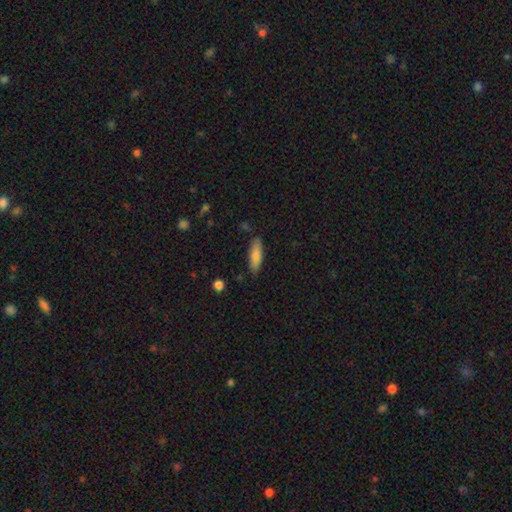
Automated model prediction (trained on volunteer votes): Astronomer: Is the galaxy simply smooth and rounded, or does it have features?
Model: smooth — 83%.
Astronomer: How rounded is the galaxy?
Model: in between — 53% (runner-up: cigar-shaped, 46%).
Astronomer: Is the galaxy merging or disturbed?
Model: none — 83%.